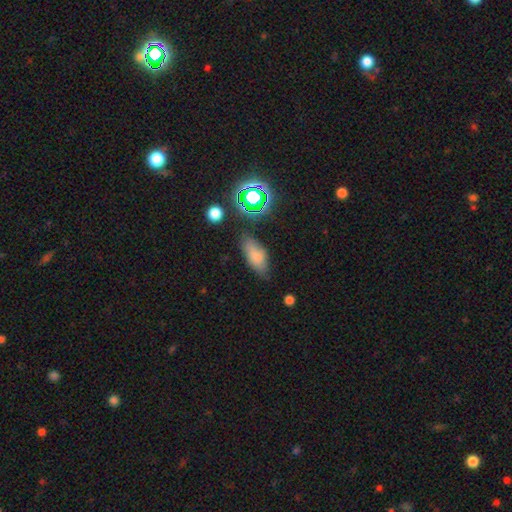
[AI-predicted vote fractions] This is likely a smooth galaxy (75%). How rounded: clearly in between (82%). Merging: likely none (71%).